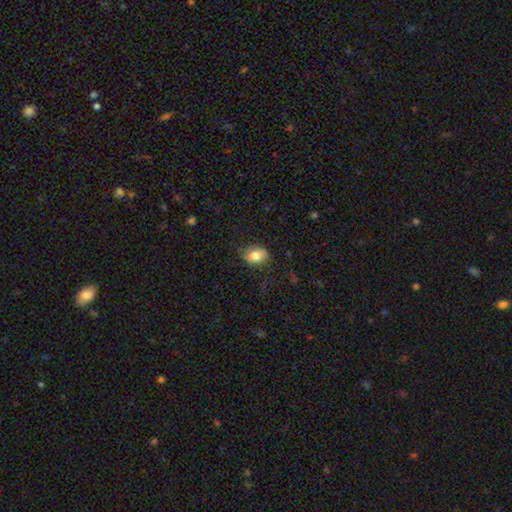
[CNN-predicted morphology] Smooth or featured? smooth (79%)
How rounded? in between (57%)
Merging? none (78%)